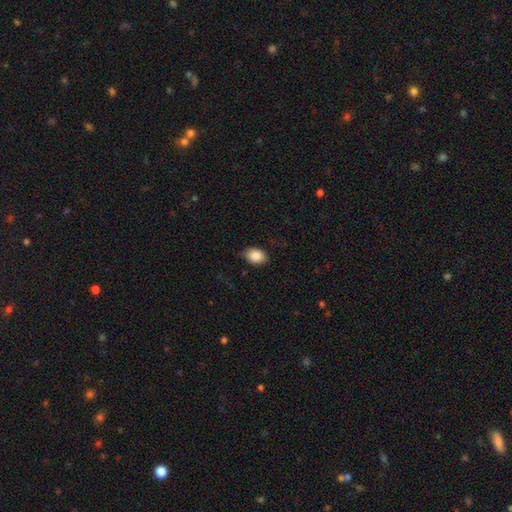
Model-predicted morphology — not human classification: Smooth or featured? Predicted: smooth (p=0.88). How rounded? Predicted: in between (p=0.80). Merging? Predicted: none (p=0.79).